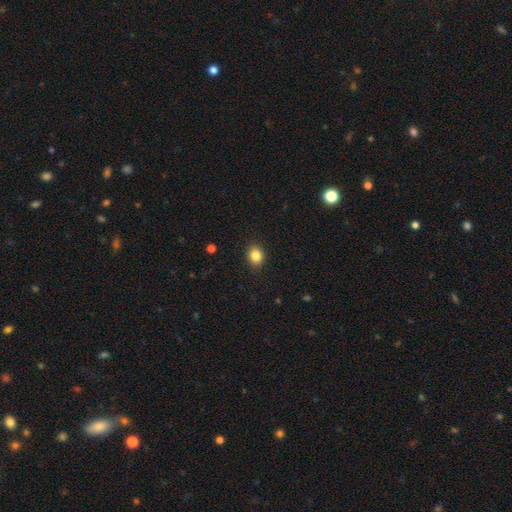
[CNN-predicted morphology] Smooth or featured? Predicted: smooth (p=0.84). How rounded? Predicted: round (p=0.55). Merging? Predicted: none (p=0.89).